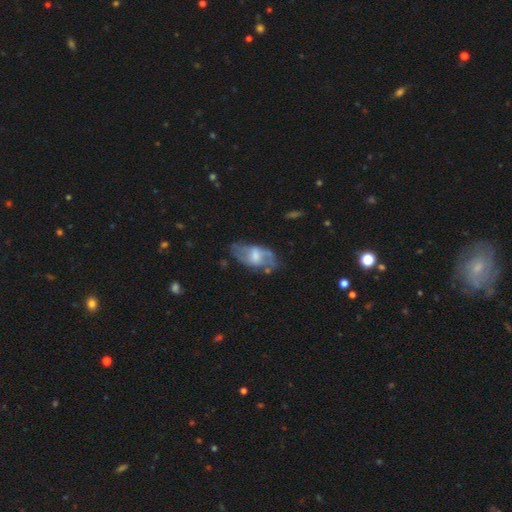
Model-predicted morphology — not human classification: A featured or disk galaxy (63%) with a weak bar (51%), spiral arms (65%) and a moderate central bulge (46%). Merging: none (56%).